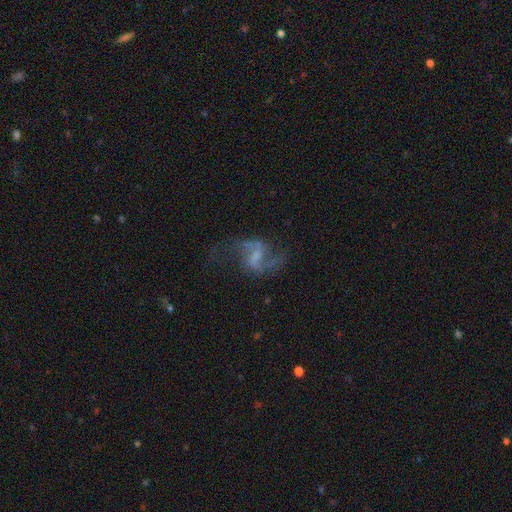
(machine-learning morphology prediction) Smooth or featured? featured or disk (82%)
Edge-on disk? no (97%)
Bar? weak (52%)
Spiral arms? yes (91%)
Spiral winding? loose (66%)
Spiral arm count? 2 (89%)
Bulge size? none (42%)
Merging? none (57%)